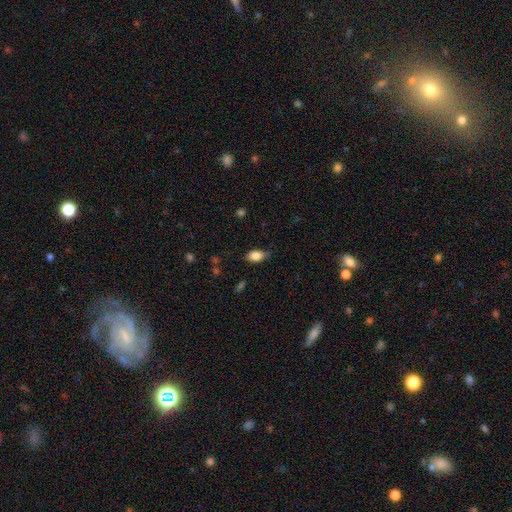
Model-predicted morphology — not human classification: Smooth or featured? Predicted: smooth (p=0.82). How rounded? Predicted: in between (p=0.88). Merging? Predicted: none (p=0.71).